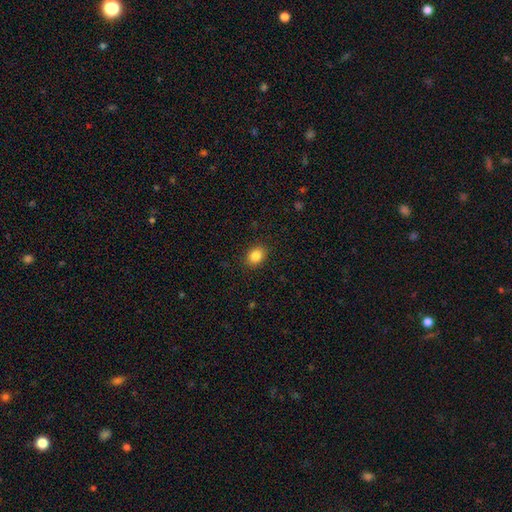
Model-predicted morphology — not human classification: A smooth galaxy with no disk features (84%) that is in between round and cigar-shaped (56%). Merging: none (89%).